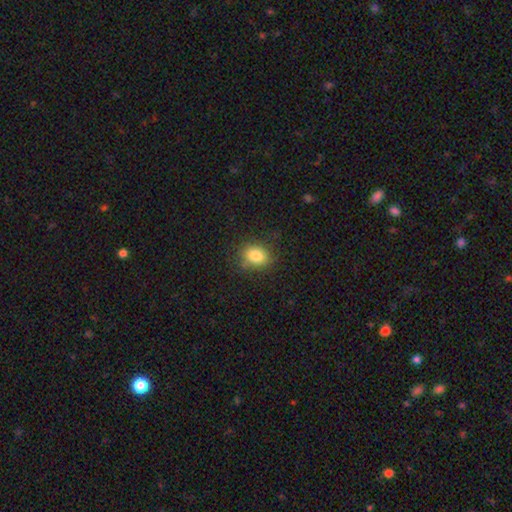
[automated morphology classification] smooth 83%, star or artifact 10%, featured or disk 7%. Down the decision tree: how rounded — in between (57%); merging — none (78%).